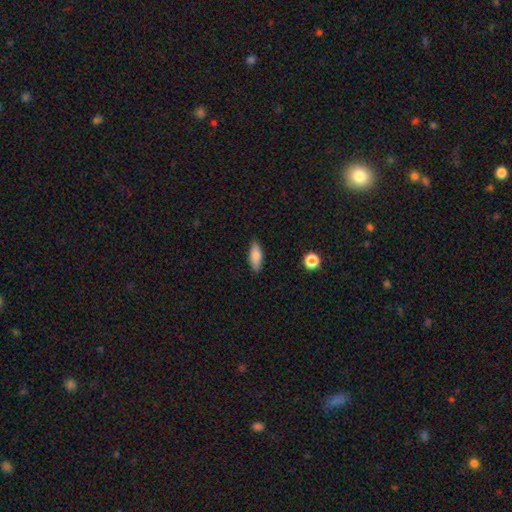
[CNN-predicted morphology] Smooth or featured? smooth (82%)
How rounded? in between (73%)
Merging? none (85%)